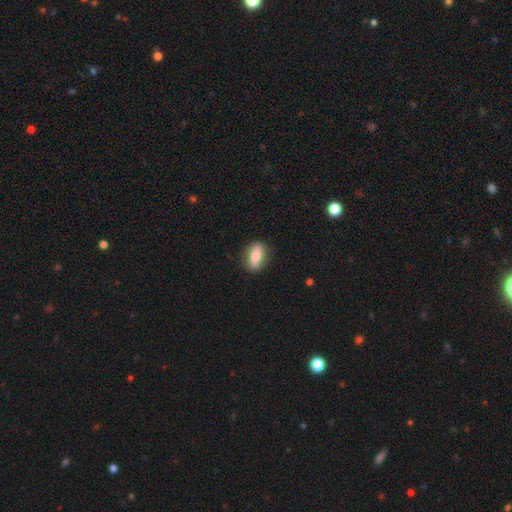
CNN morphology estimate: Q: Smooth or featured?
A: smooth (70%); runner-up: featured or disk (24%)
Q: How rounded?
A: in between (80%); runner-up: round (10%)
Q: Merging?
A: none (82%); runner-up: minor disturbance (13%)